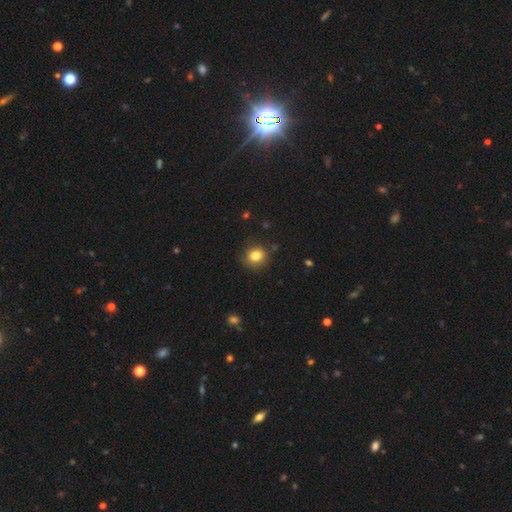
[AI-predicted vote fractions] smooth 82%, star or artifact 11%, featured or disk 6%. Down the decision tree: how rounded — round (84%); merging — none (86%).